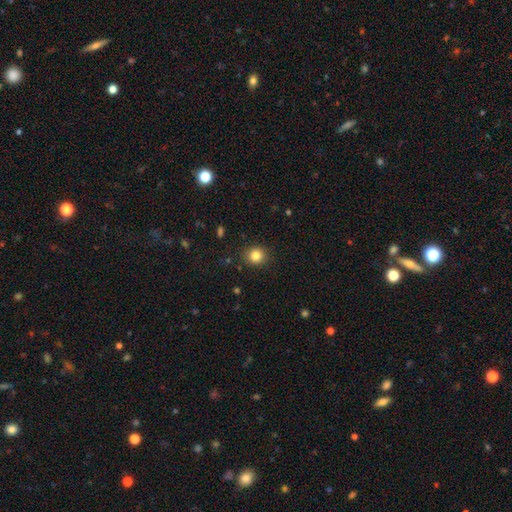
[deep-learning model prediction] Morphology: type=smooth (84%); roundness=round (86%); merging=none (89%).